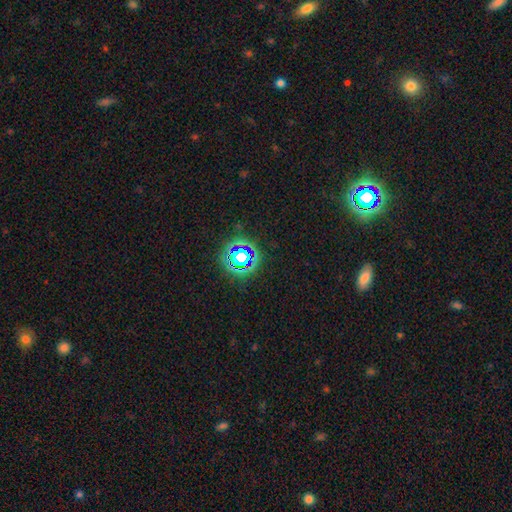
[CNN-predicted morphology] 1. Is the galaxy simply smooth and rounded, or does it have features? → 78% star or artifact, 15% smooth, 7% featured or disk.